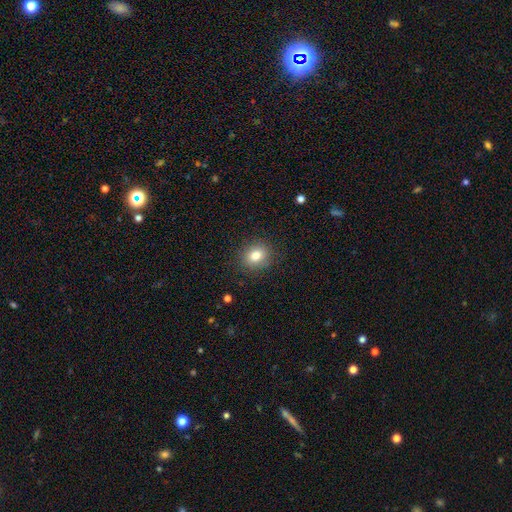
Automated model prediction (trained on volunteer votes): Q: Smooth or featured?
A: smooth (80%); runner-up: star or artifact (11%)
Q: How rounded?
A: round (68%); runner-up: in between (31%)
Q: Merging?
A: none (88%); runner-up: minor disturbance (9%)